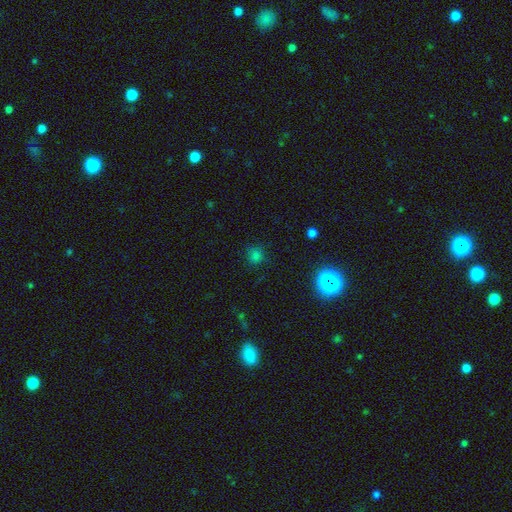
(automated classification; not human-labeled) Smooth or featured?
  - smooth: 67% *
  - star or artifact: 27%
  - featured or disk: 5%
How rounded?
  - round: 85% *
  - in between: 14%
  - cigar-shaped: 1%
Merging?
  - none: 82% *
  - minor disturbance: 12%
  - major disturbance: 4%
  - merger: 2%